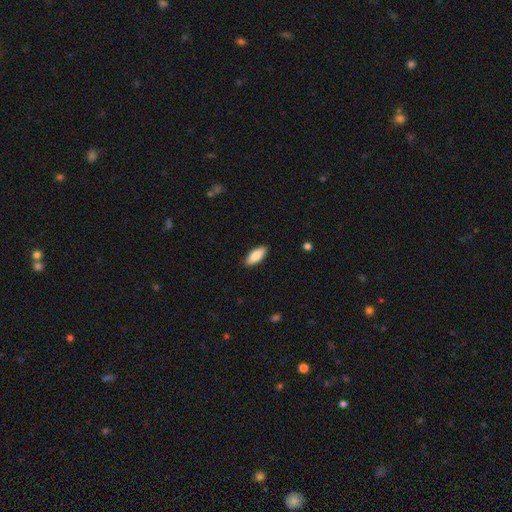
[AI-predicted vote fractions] Smooth or featured: smooth — 84% (featured or disk — 10%)
How rounded: in between — 83% (cigar-shaped — 15%)
Merging: none — 88% (minor disturbance — 9%)